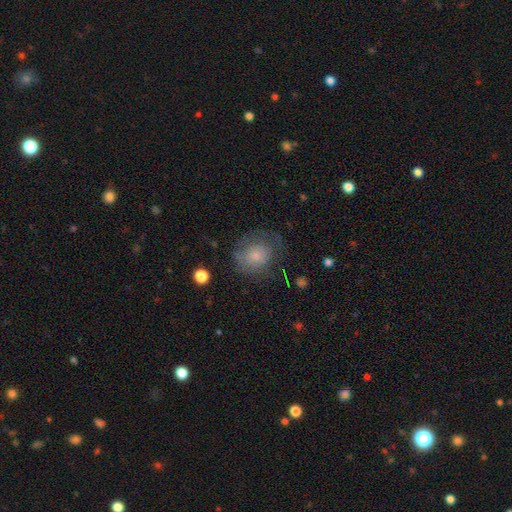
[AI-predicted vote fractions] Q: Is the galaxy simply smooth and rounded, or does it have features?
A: smooth — 62%.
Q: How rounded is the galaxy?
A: round — 64%.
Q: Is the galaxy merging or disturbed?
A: none — 54%.